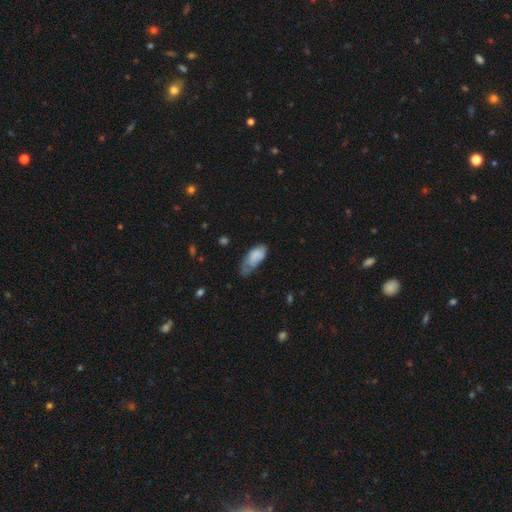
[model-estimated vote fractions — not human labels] This is likely a smooth galaxy (76%). How rounded: clearly in between (88%). Merging: possibly minor disturbance (45%).